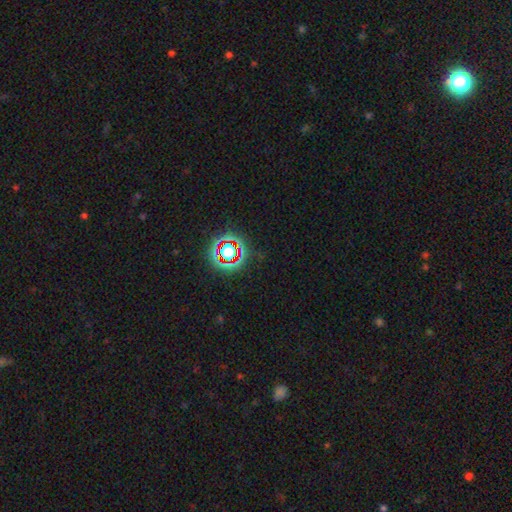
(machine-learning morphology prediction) Smooth or featured?
  - star or artifact: 76% *
  - smooth: 14%
  - featured or disk: 9%